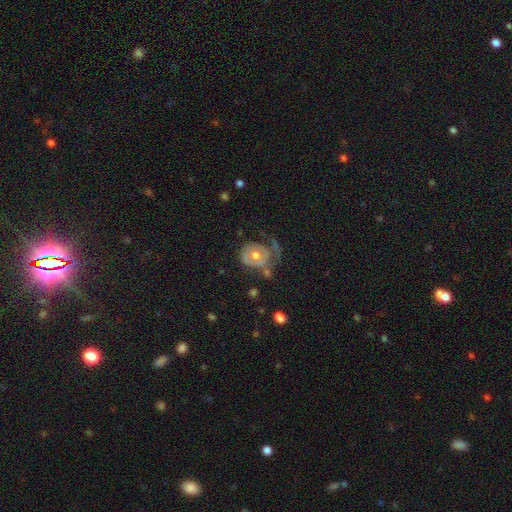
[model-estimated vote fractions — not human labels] A featured or disk galaxy (58%) with no bar (81%), no spiral arms (52%) and a moderate central bulge (75%). Merging: none (40%).